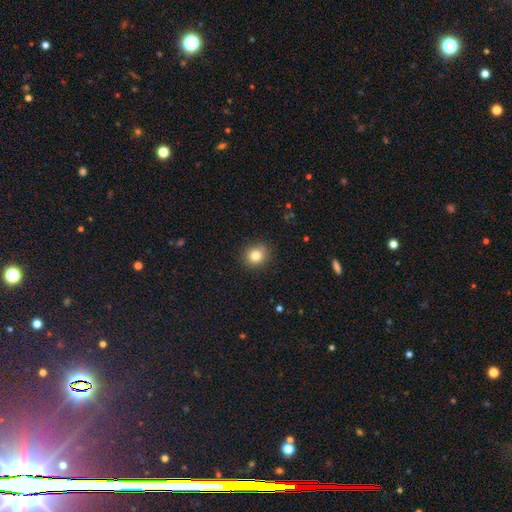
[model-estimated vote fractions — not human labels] Smooth or featured? Predicted: smooth (p=0.81). How rounded? Predicted: round (p=0.83). Merging? Predicted: none (p=0.86).